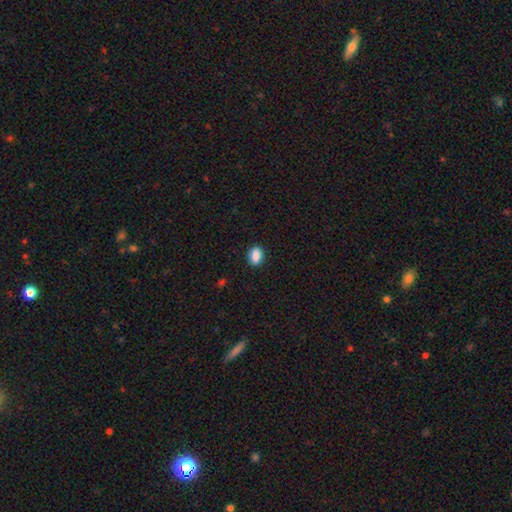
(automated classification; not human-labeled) Smooth or featured? smooth (88%)
How rounded? in between (80%)
Merging? none (88%)